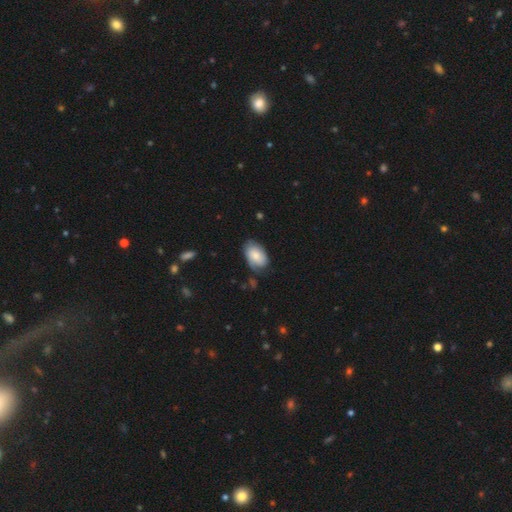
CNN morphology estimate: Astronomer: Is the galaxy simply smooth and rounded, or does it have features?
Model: smooth — 72%.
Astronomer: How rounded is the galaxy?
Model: in between — 91%.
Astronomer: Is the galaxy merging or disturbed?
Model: none — 64%.